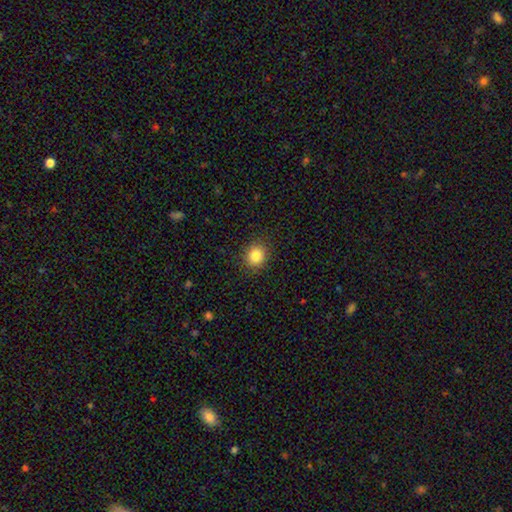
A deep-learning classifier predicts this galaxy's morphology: This appears to be a smooth galaxy with no disk features (84%) that is round (81%). Merging: none (90%).